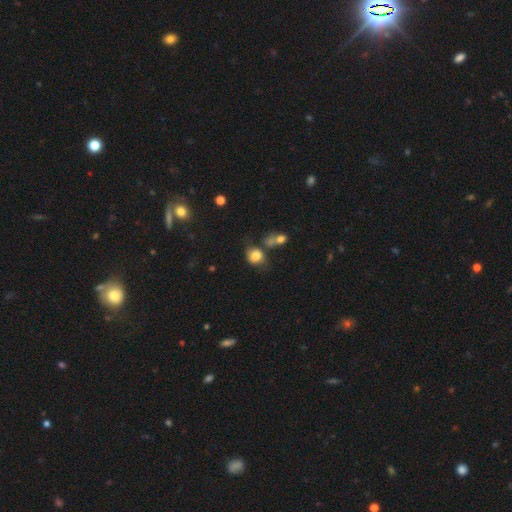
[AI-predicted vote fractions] A smooth galaxy with no disk features (80%) that is round (71%).

Vote fractions:
- Smooth or featured? smooth: 80% / star or artifact: 10% / featured or disk: 10%
- How rounded? round: 71% / in between: 28% / cigar-shaped: 1%
- Merging? none: 51% / minor disturbance: 20% / merger: 19% / major disturbance: 10%